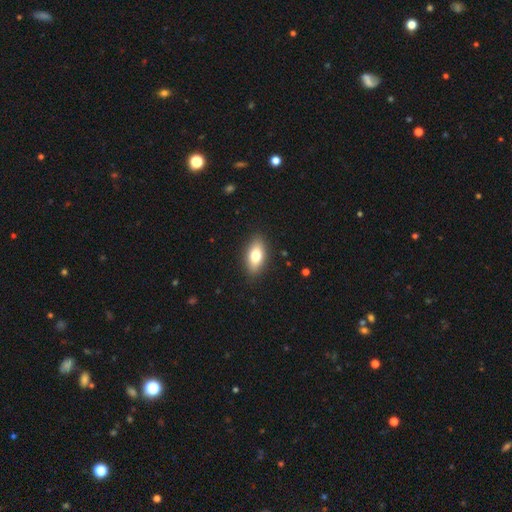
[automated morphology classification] smooth 75%, featured or disk 18%, star or artifact 7%. Down the decision tree: how rounded — in between (86%); merging — none (88%).